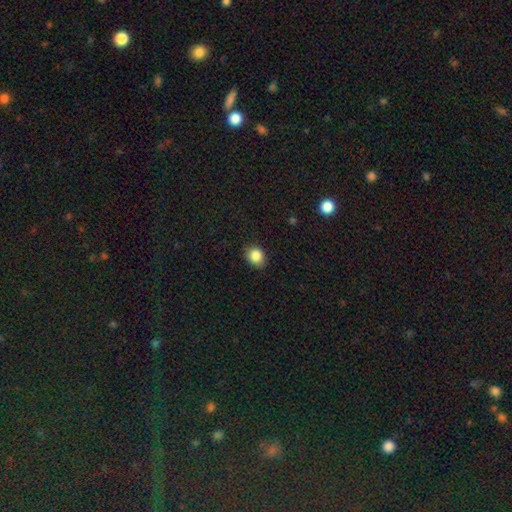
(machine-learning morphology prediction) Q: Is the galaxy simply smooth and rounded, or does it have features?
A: smooth — 86%.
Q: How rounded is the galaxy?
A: round — 60%.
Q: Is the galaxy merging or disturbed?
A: none — 81%.